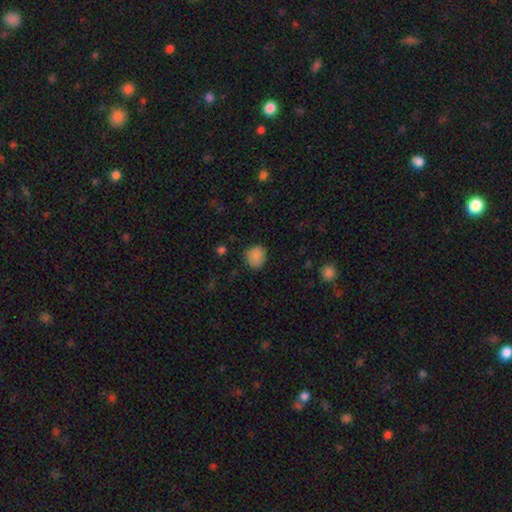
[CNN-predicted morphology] Smooth or featured: smooth — 86% (star or artifact — 10%)
How rounded: round — 75% (in between — 24%)
Merging: none — 81% (minor disturbance — 15%)